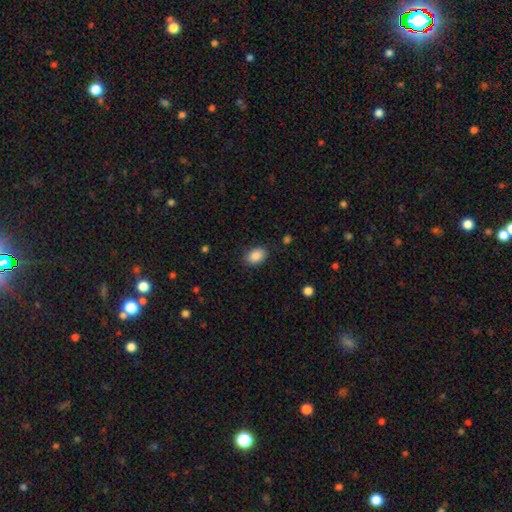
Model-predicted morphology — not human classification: This appears to be a smooth galaxy with no disk features (88%) that is in between round and cigar-shaped (82%). Merging: none (85%).